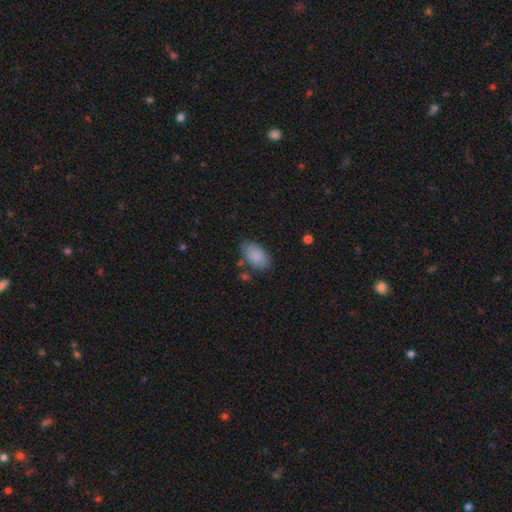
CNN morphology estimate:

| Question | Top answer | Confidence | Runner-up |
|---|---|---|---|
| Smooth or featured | smooth | 87% | star or artifact (7%) |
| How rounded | in between | 93% | round (5%) |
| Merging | none | 74% | minor disturbance (18%) |